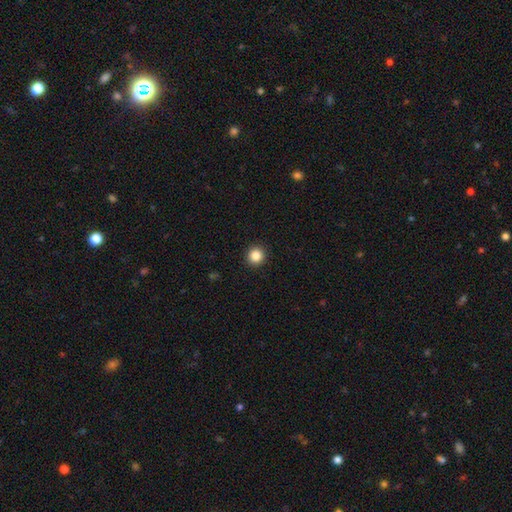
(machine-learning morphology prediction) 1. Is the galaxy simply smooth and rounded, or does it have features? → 86% smooth, 10% star or artifact, 4% featured or disk.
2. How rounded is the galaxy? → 94% round, 5% in between, 1% cigar-shaped.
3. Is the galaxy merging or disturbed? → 93% none, 4% minor disturbance, 2% major disturbance, 1% merger.